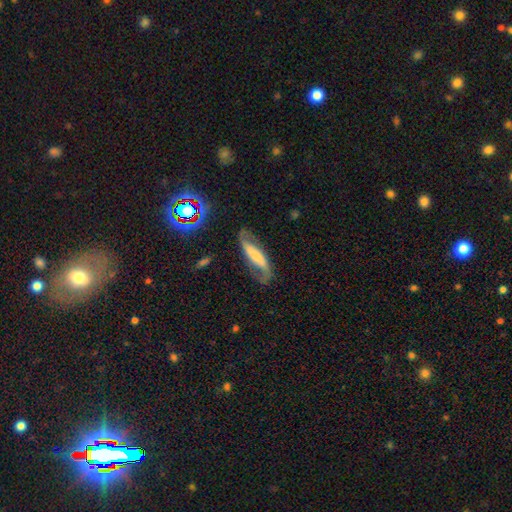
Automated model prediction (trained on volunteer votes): featured or disk 66%, smooth 26%, star or artifact 8%. Down the decision tree: edge-on disk — no (81%); bar — strong (46%); spiral arms — yes (89%); bulge size — small (34%); merging — none (67%).